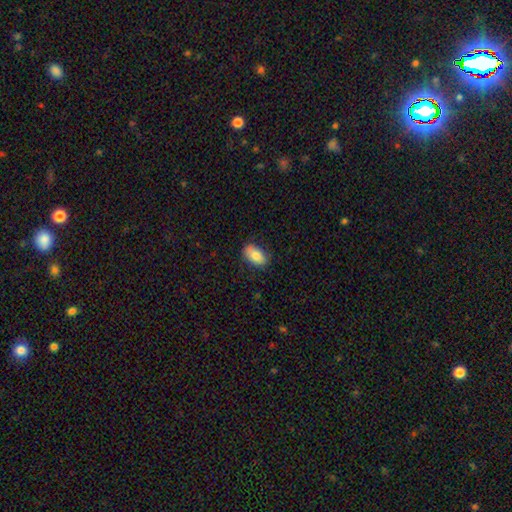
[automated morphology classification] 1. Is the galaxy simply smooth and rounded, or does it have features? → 80% smooth, 13% featured or disk, 7% star or artifact.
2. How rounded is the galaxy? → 92% in between, 6% round, 2% cigar-shaped.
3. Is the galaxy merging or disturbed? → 82% none, 15% minor disturbance, 3% major disturbance, 1% merger.